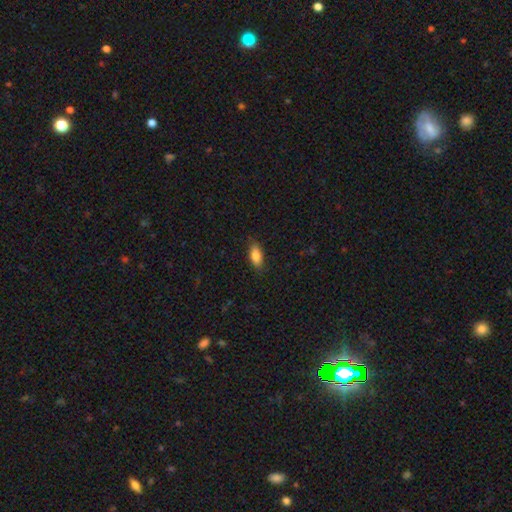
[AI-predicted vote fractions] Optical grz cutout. It shows a smooth galaxy with no disk features (85%) that is in between round and cigar-shaped (87%). Merging: none (86%).